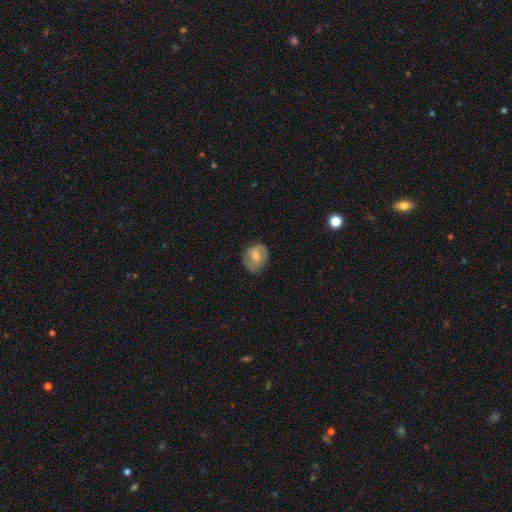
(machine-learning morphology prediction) The model was most divided on "smooth or featured": smooth: 57%, featured or disk: 35%, star or artifact: 7%. More confident: merging — none (72%); how rounded — round (65%).